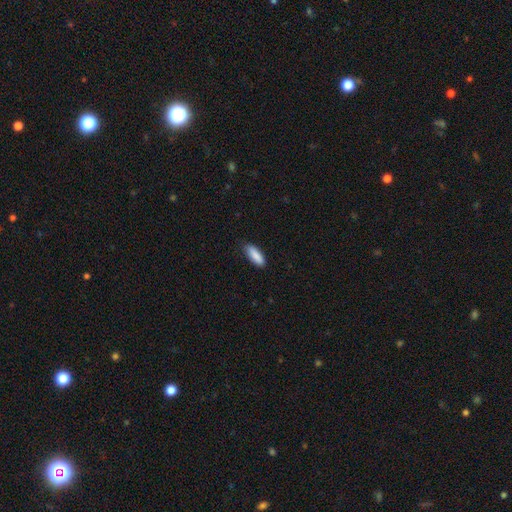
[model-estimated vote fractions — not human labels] Morphology: type=smooth (89%); roundness=in between (64%); merging=none (86%).